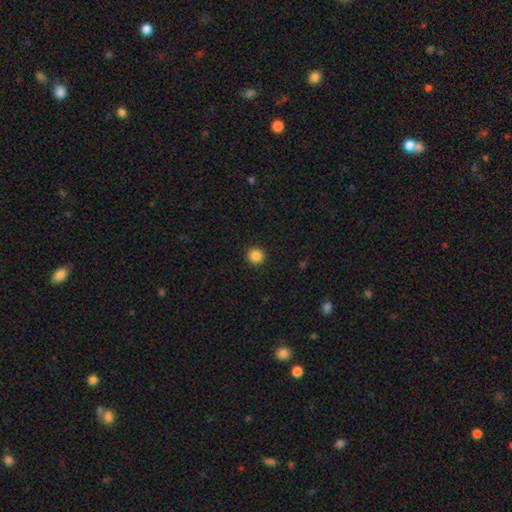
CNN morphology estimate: Smooth or featured: smooth — 87% (star or artifact — 10%)
How rounded: round — 95% (in between — 4%)
Merging: none — 93% (minor disturbance — 4%)